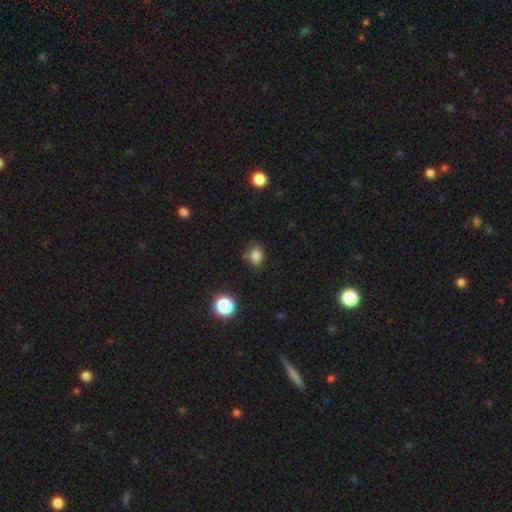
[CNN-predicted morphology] This appears to be a smooth galaxy with no disk features (81%) that is in between round and cigar-shaped (63%). Merging: none (74%).